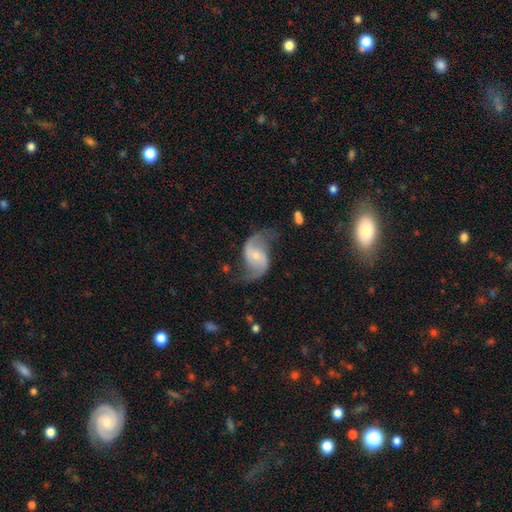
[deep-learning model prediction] smooth_or_featured: featured or disk (p=0.86) [alt: smooth p=0.08]
disk_edge_on: no (p=0.97) [alt: yes p=0.03]
bar: no (p=0.45) [alt: weak p=0.38]
has_spiral_arms: yes (p=0.96) [alt: no p=0.04]
spiral_winding: loose (p=0.68) [alt: medium p=0.26]
spiral_arm_count: 2 (p=0.93) [alt: can't tell p=0.02]
bulge_size: small (p=0.59) [alt: moderate p=0.34]
merging: none (p=0.66) [alt: minor disturbance p=0.18]